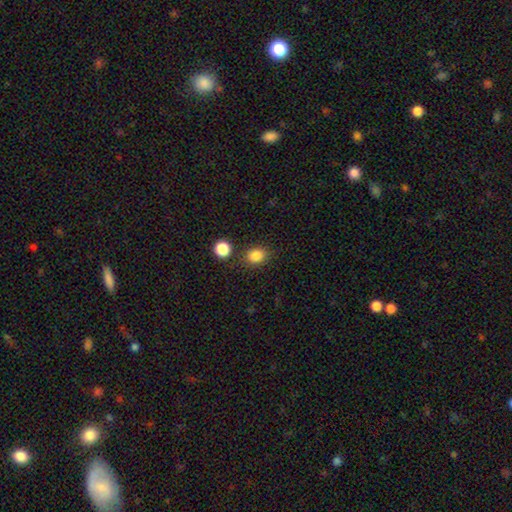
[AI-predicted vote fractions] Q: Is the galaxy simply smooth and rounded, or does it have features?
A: smooth — 85%.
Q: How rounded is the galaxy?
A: round — 54%.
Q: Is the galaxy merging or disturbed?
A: none — 81%.